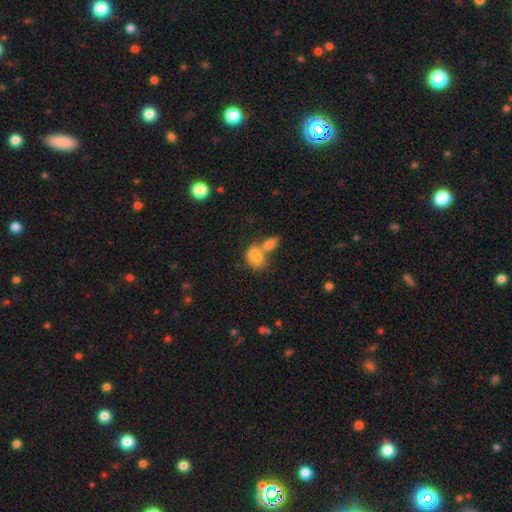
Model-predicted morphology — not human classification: This is likely a smooth galaxy (77%). How rounded: likely in between (78%). Merging: likely merger (65%).